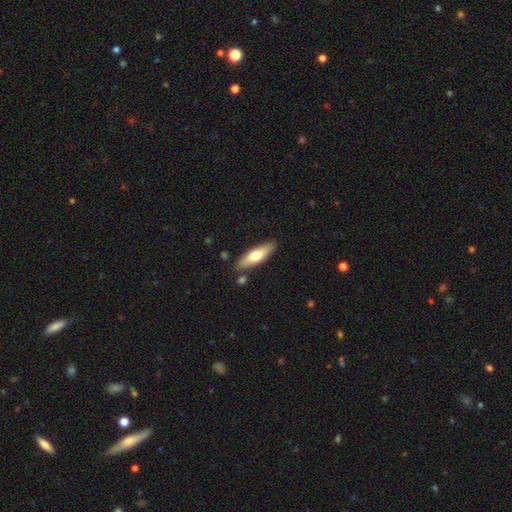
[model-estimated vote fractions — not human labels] Overall: smooth (61%; featured or disk 33%). How rounded: cigar-shaped (60%; in between 39%). Merging: none (83%).